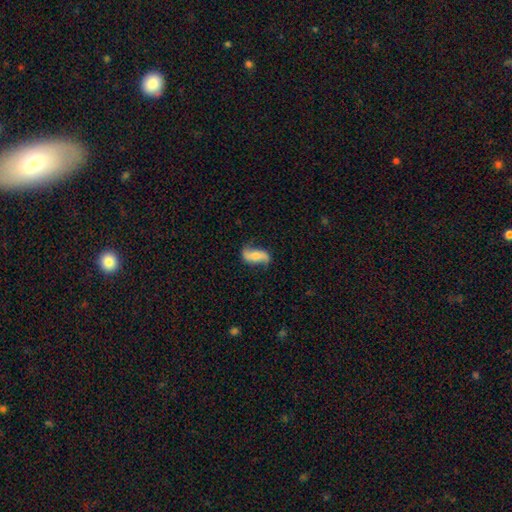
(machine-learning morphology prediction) type=featured or disk (63%); edge-on=no (90%); bar=no (47%); spiral arms=yes (87%); bulge=moderate (47%); merging=none (72%).